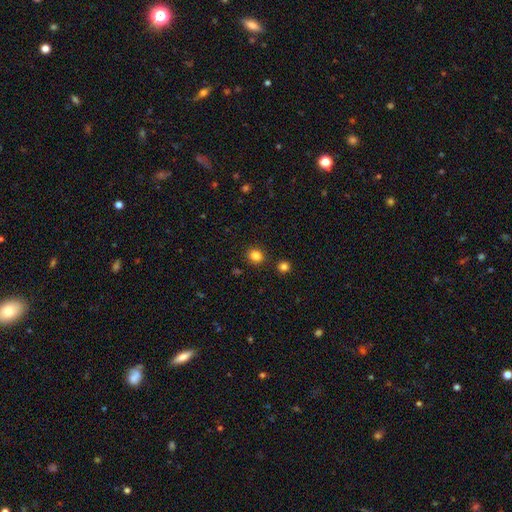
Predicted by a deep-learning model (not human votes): This is clearly a smooth galaxy (84%). How rounded: likely round (78%). Merging: clearly none (87%).